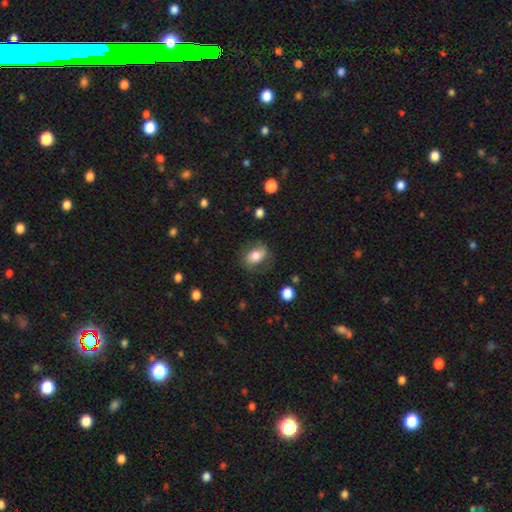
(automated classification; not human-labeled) Smooth or featured? smooth (64%)
How rounded? in between (74%)
Merging? none (70%)